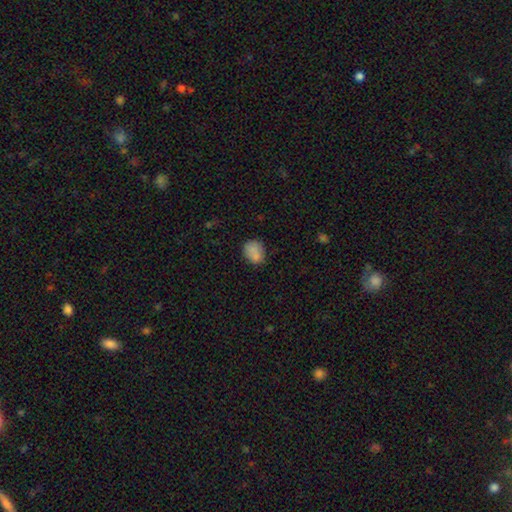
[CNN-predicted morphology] Overall: smooth (82%). How rounded: round (51%; in between 48%). Merging: none (66%).